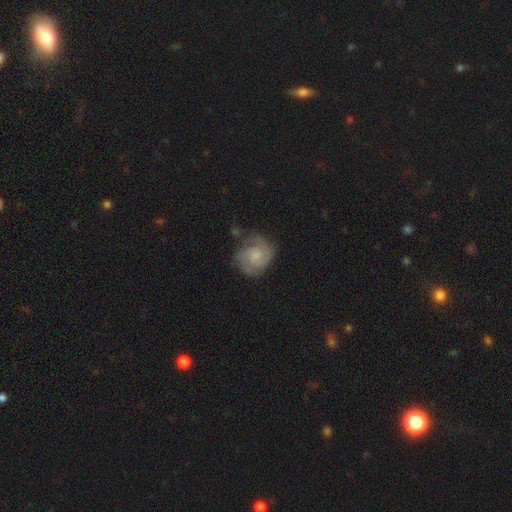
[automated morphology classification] featured or disk 77%, smooth 17%, star or artifact 6%. Down the decision tree: edge-on disk — no (98%); bar — no (62%); spiral arms — yes (95%); spiral arm count — 2 (50%); spiral winding — tight (52%); bulge size — small (46%); merging — none (66%).